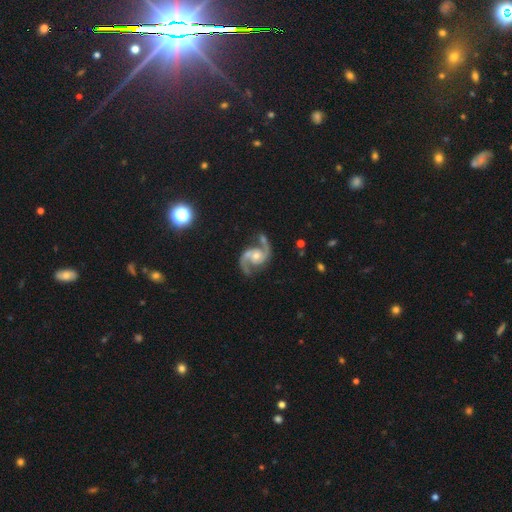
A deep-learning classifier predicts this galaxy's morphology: Q: Smooth or featured?
A: featured or disk (93%); runner-up: star or artifact (4%)
Q: Edge-on disk?
A: no (98%); runner-up: yes (2%)
Q: Bar?
A: no (65%); runner-up: weak (28%)
Q: Spiral arms?
A: yes (98%); runner-up: no (2%)
Q: Spiral winding?
A: medium (60%); runner-up: loose (26%)
Q: Spiral arm count?
A: 2 (94%); runner-up: can't tell (1%)
Q: Bulge size?
A: moderate (56%); runner-up: small (38%)
Q: Merging?
A: none (72%); runner-up: minor disturbance (16%)